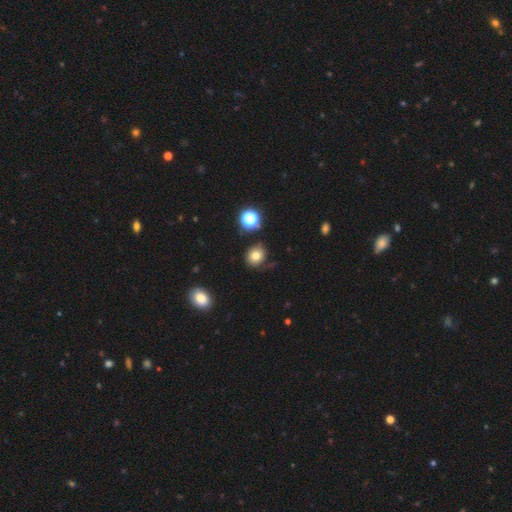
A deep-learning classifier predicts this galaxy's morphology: smooth_or_featured: smooth (p=0.76) [alt: star or artifact p=0.15]
how_rounded: round (p=0.74) [alt: in between p=0.25]
merging: none (p=0.76) [alt: minor disturbance p=0.16]